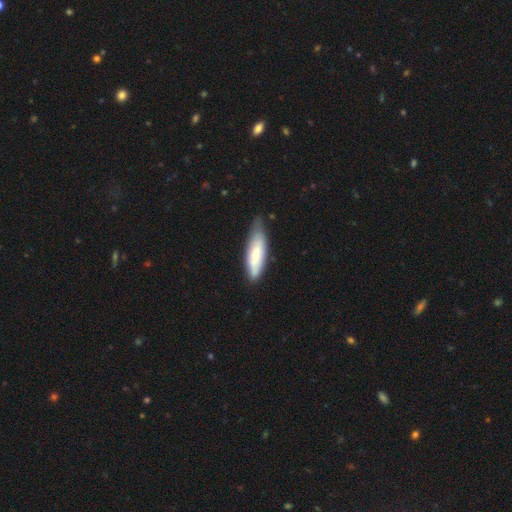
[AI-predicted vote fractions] A smooth galaxy with no disk features (66%) that is cigar-shaped (53%). Merging: none (53%).